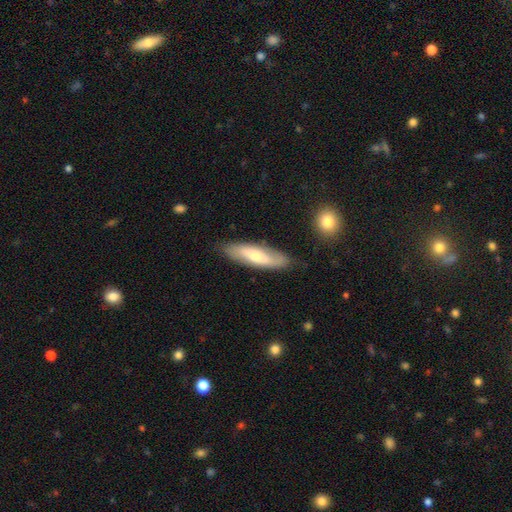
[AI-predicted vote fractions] Morphology: type=smooth (55%); roundness=cigar-shaped (55%); merging=none (81%).